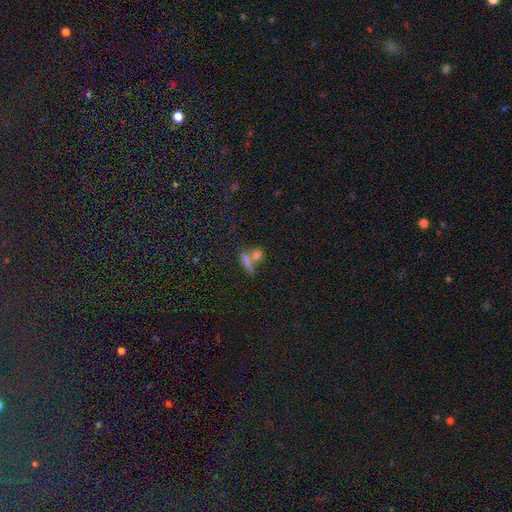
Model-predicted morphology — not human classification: This is likely a smooth galaxy (70%). How rounded: marginally round (35%). Merging: possibly none (51%).